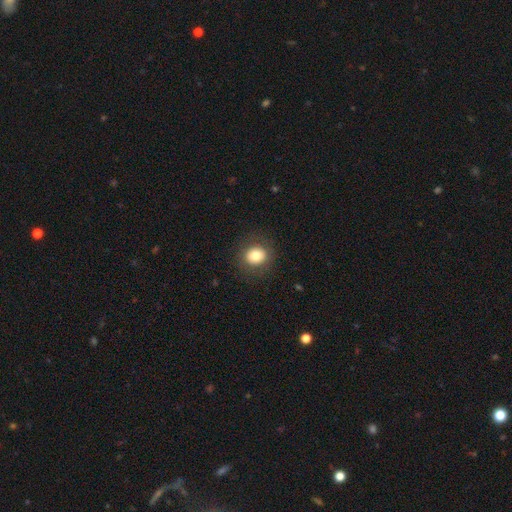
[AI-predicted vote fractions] This appears to be a smooth galaxy with no disk features (80%) that is round (76%). Merging: none (87%).